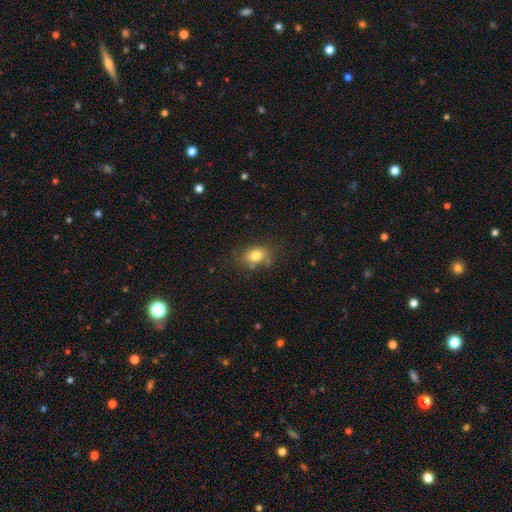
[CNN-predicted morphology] type=smooth (79%); roundness=in between (66%); merging=none (67%).